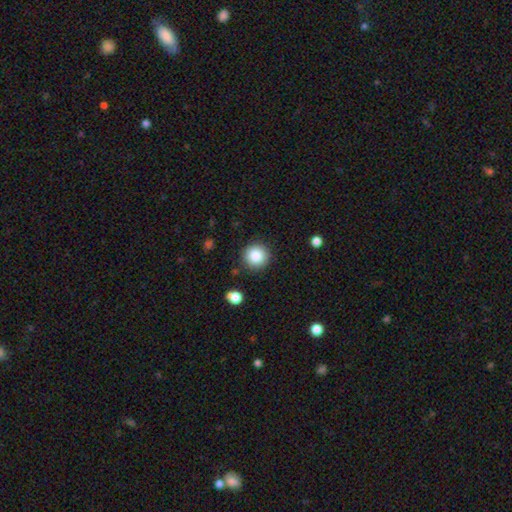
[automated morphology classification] Overall: smooth (85%). How rounded: round (95%). Merging: none (88%).